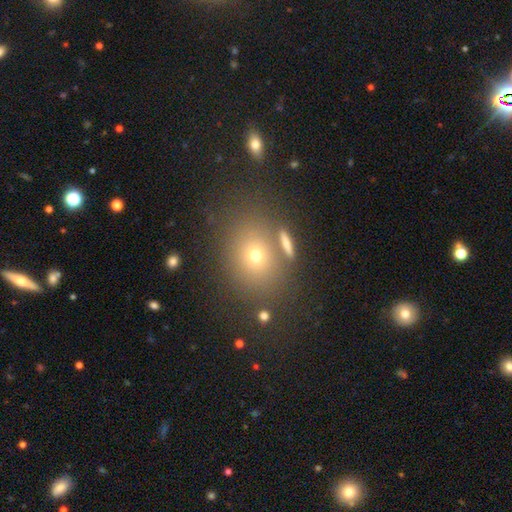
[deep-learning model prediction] A smooth galaxy with no disk features (63%) that is round (58%). Merging: none (72%).